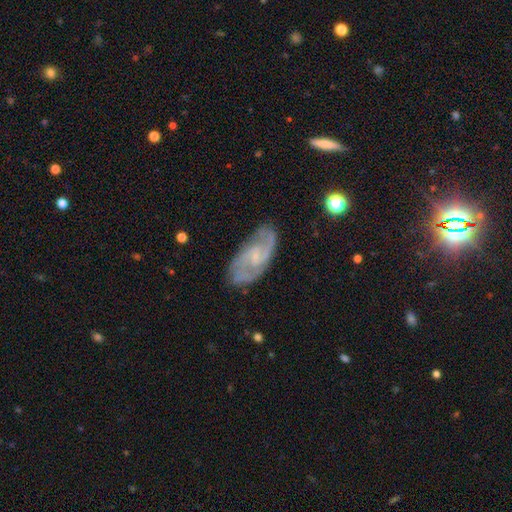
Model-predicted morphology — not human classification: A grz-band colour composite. It shows a featured or disk galaxy (79%) with no bar (47%), 2 (68%) medium (50%) spiral arms (93%) and a small central bulge (61%). Merging: none (75%).